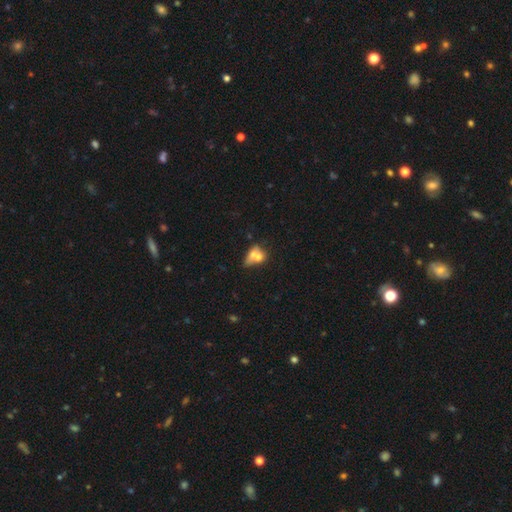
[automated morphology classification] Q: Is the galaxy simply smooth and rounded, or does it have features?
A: smooth — 60%.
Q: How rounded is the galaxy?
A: in between — 61%.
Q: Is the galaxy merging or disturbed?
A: merger — 58%.